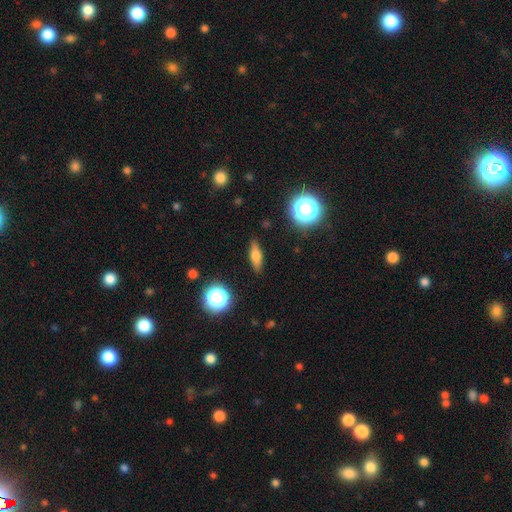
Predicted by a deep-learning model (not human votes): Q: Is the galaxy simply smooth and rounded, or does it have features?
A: smooth — 60%.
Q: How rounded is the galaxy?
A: cigar-shaped — 49%.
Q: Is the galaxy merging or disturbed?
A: none — 86%.